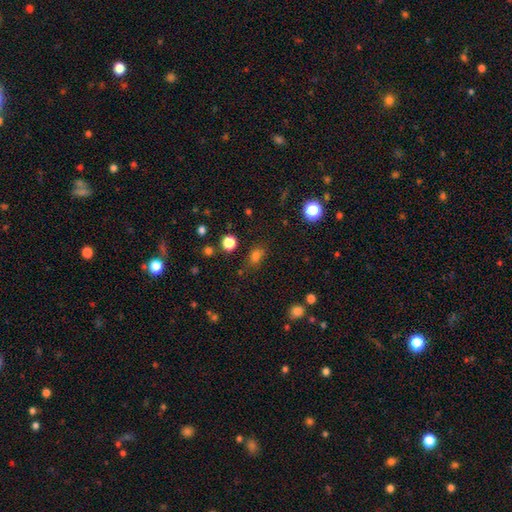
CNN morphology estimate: type=smooth (76%); roundness=in between (68%); merging=none (71%).